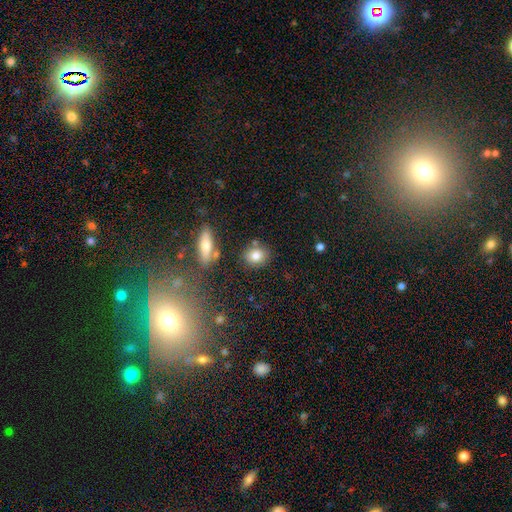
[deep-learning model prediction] The model was most divided on "how rounded": round: 66%, in between: 32%, cigar-shaped: 2%. More confident: smooth or featured — smooth (80%); merging — none (78%).